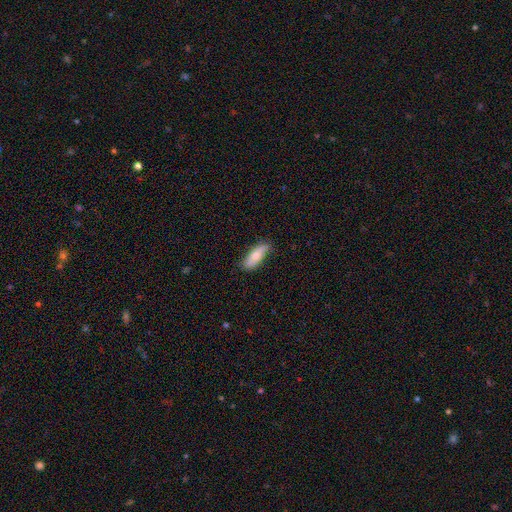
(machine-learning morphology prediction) smooth-or-featured: smooth: 68% | featured or disk: 26% | star or artifact: 6%
  how-rounded: in between: 63% | cigar-shaped: 34% | round: 2%
  merging: none: 76% | minor disturbance: 19% | major disturbance: 3% | merger: 1%